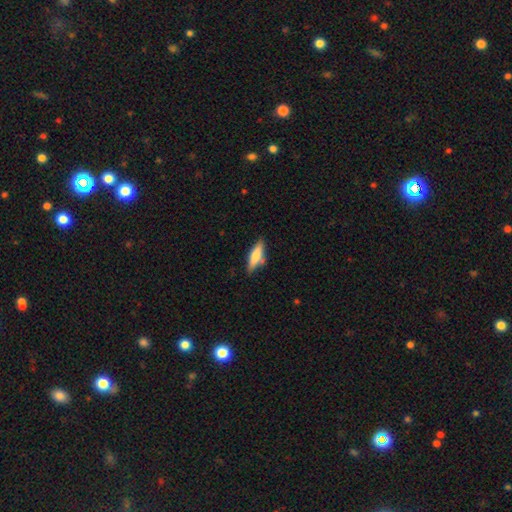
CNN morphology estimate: smooth-or-featured: smooth: 64% | featured or disk: 30% | star or artifact: 6%
  how-rounded: cigar-shaped: 59% | in between: 39% | round: 2%
  merging: none: 74% | minor disturbance: 16% | merger: 6% | major disturbance: 4%